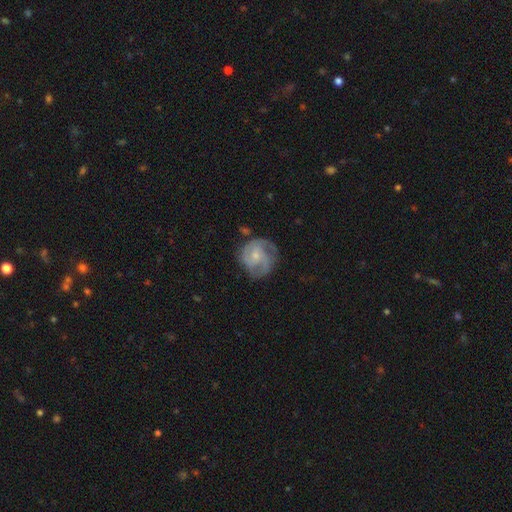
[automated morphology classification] This appears to be a featured or disk galaxy (78%) with no bar (60%), 3 (44%) medium (45%) spiral arms (93%) and a small central bulge (66%). Merging: none (63%).